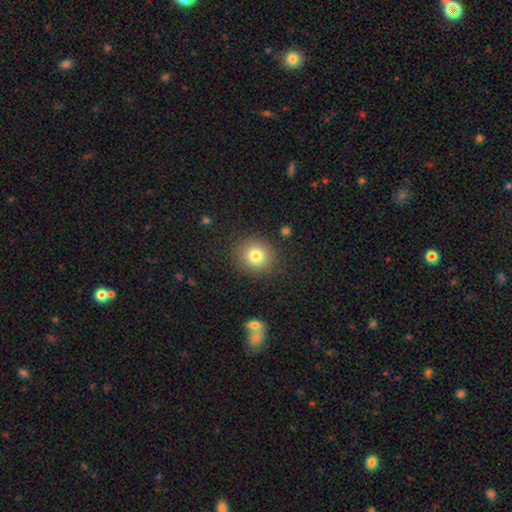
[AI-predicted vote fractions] Q: Smooth or featured?
A: smooth (80%); runner-up: star or artifact (11%)
Q: How rounded?
A: round (85%); runner-up: in between (15%)
Q: Merging?
A: none (88%); runner-up: minor disturbance (8%)